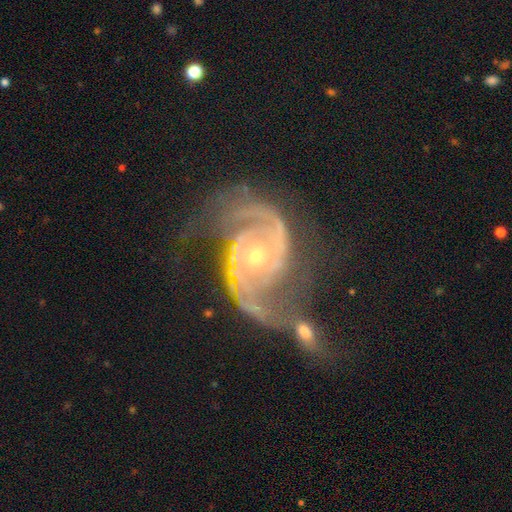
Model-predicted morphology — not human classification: smooth-or-featured: featured or disk: 92% | star or artifact: 5% | smooth: 3%
  disk-edge-on: no: 98% | yes: 2%
    bar: no: 62% | weak: 28% | strong: 9%
    has-spiral-arms: yes: 98% | no: 2%
      spiral-winding: medium: 46% | tight: 40% | loose: 14%
      spiral-arm-count: 2: 82% | 3: 6% | can't tell: 5% | 1: 3% | 4: 2% | more than 4: 2%
    bulge-size: small: 58% | moderate: 38% | large: 2% | none: 1% | dominant: 1%
  merging: none: 42% | major disturbance: 20% | minor disturbance: 19% | merger: 19%